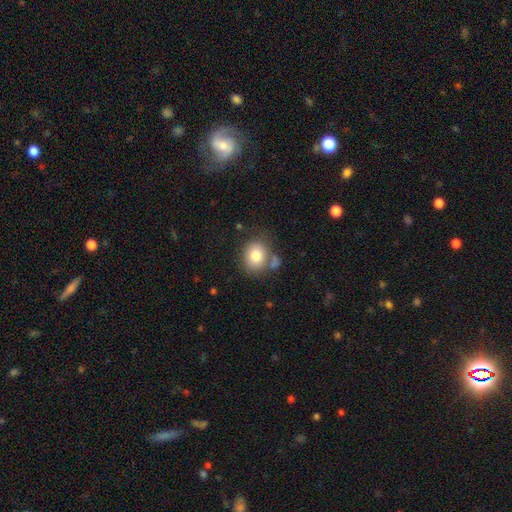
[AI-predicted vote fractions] smooth-or-featured: smooth: 80% | featured or disk: 11% | star or artifact: 9%
  how-rounded: round: 62% | in between: 37% | cigar-shaped: 1%
  merging: none: 64% | minor disturbance: 16% | merger: 13% | major disturbance: 7%